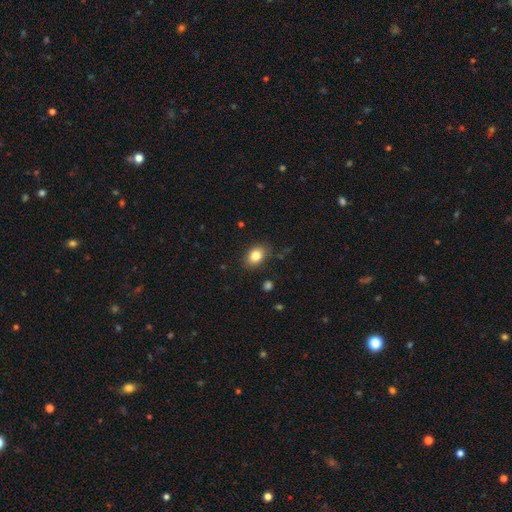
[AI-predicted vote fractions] Smooth or featured?
  - smooth: 83% *
  - star or artifact: 9%
  - featured or disk: 8%
How rounded?
  - in between: 75% *
  - round: 24%
  - cigar-shaped: 1%
Merging?
  - none: 83% *
  - minor disturbance: 12%
  - major disturbance: 3%
  - merger: 2%